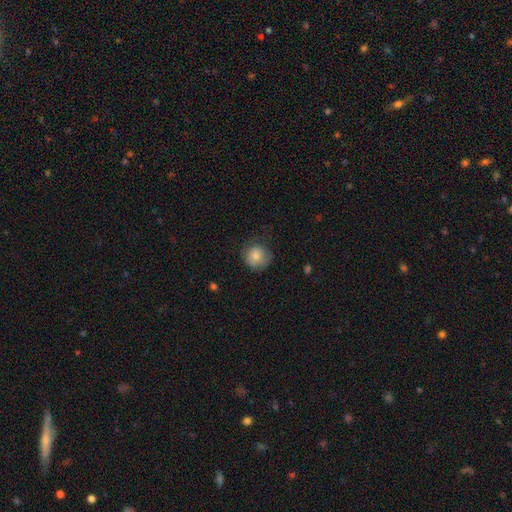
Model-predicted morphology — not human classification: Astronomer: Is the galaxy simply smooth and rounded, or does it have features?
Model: smooth — 78%.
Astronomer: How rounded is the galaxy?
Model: round — 86%.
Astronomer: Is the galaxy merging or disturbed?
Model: none — 64%.